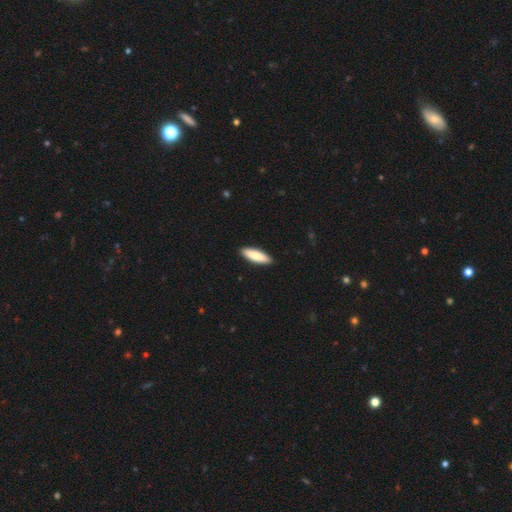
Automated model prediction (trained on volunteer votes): This is clearly a smooth galaxy (86%). How rounded: possibly cigar-shaped (52%). Merging: clearly none (91%).